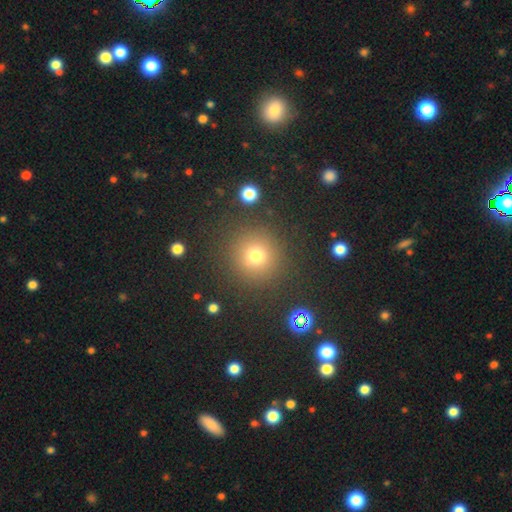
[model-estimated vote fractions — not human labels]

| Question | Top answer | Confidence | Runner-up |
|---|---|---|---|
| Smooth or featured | smooth | 73% | star or artifact (19%) |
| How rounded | round | 94% | in between (5%) |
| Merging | none | 87% | minor disturbance (7%) |